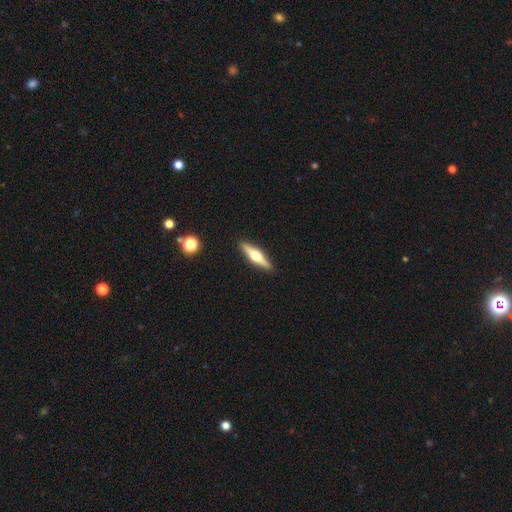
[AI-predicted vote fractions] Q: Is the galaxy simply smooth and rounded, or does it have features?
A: featured or disk — 69%.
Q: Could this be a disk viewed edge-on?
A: yes — 97%.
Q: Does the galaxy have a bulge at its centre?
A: rounded — 96%.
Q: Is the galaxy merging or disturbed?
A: none — 91%.